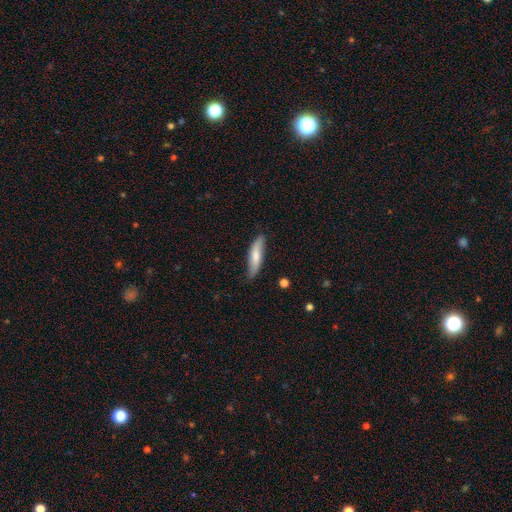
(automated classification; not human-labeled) A smooth galaxy with no disk features (68%) that is cigar-shaped (69%). Merging: none (79%).